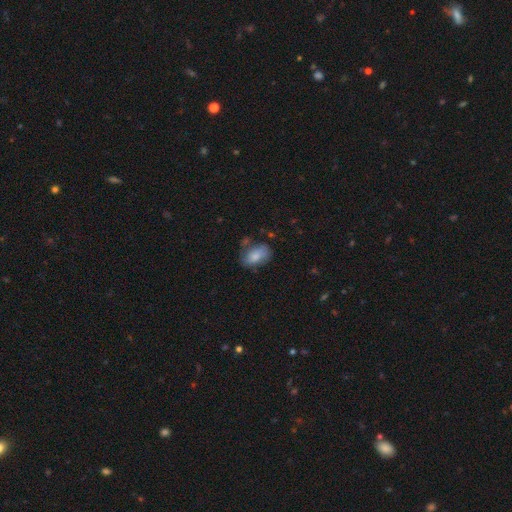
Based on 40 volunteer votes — This is clearly a smooth galaxy (90%). How rounded: clearly in between (97%). Merging: clearly none (87%).